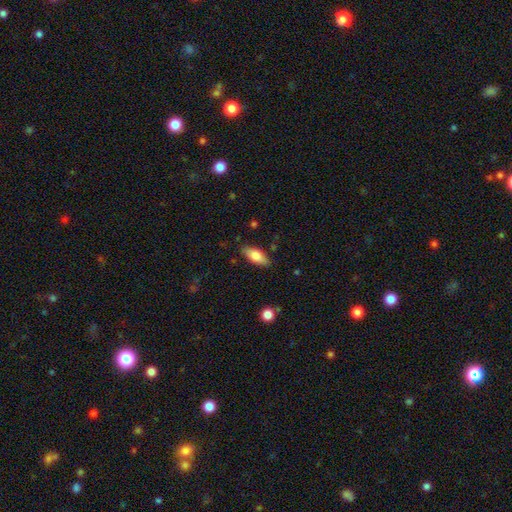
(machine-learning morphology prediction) smooth 75%, featured or disk 18%, star or artifact 7%. Down the decision tree: how rounded — in between (82%); merging — none (84%).